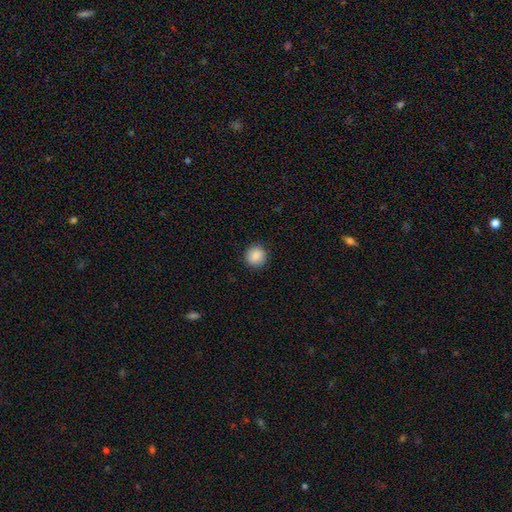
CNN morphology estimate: A smooth galaxy with no disk features (88%) that is round (92%).

Vote fractions:
- Smooth or featured? smooth: 88% / star or artifact: 8% / featured or disk: 4%
- How rounded? round: 92% / in between: 7% / cigar-shaped: 1%
- Merging? none: 90% / minor disturbance: 7% / major disturbance: 2% / merger: 1%